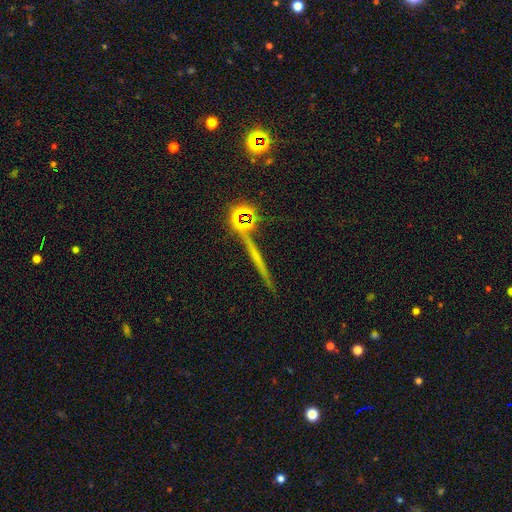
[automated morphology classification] A star or artifact, not a galaxy (42%).

Vote fractions:
- Smooth or featured? star or artifact: 42% / featured or disk: 34% / smooth: 24%